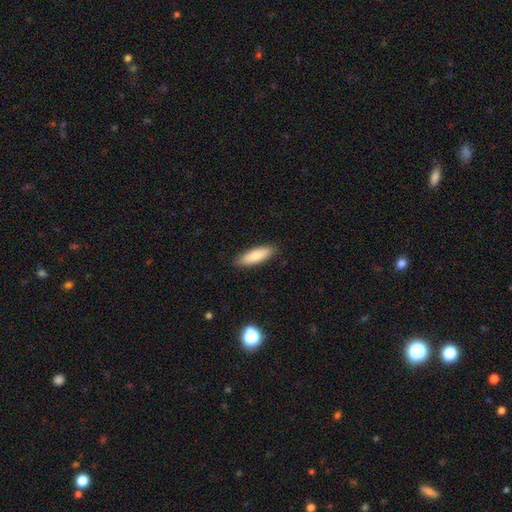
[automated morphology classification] This appears to be a smooth galaxy with no disk features (85%) that is in between round and cigar-shaped (52%). Merging: none (88%).